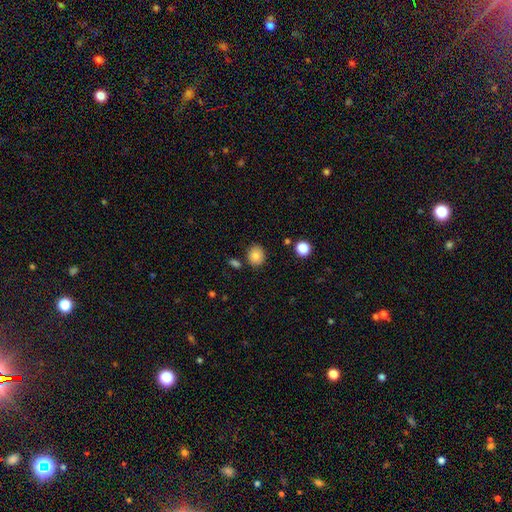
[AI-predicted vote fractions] Morphology: type=smooth (84%); roundness=round (71%); merging=none (82%).